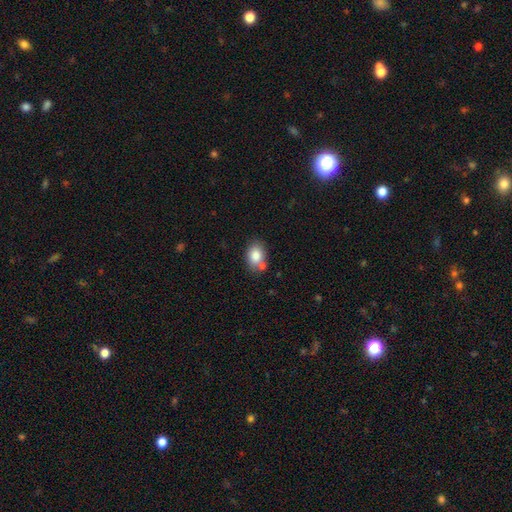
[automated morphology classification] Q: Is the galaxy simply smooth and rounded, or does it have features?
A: smooth — 82%.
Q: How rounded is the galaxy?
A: in between — 71%.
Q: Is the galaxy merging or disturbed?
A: none — 66%.